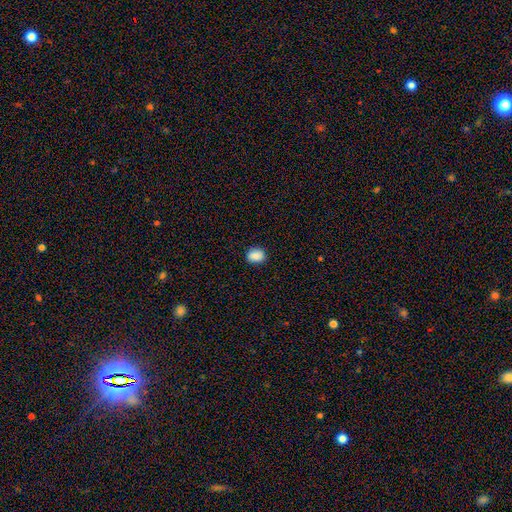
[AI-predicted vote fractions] Smooth or featured: smooth — 88% (star or artifact — 8%)
How rounded: in between — 52% (round — 47%)
Merging: none — 87% (minor disturbance — 10%)